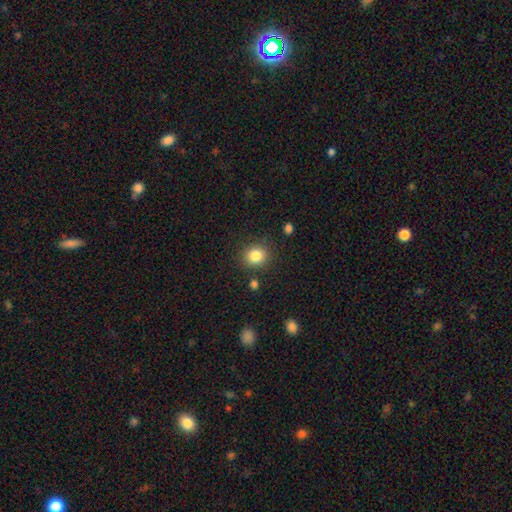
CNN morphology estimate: Smooth or featured?
  - smooth: 84% *
  - star or artifact: 10%
  - featured or disk: 6%
How rounded?
  - round: 77% *
  - in between: 22%
  - cigar-shaped: 1%
Merging?
  - none: 85% *
  - minor disturbance: 9%
  - major disturbance: 3%
  - merger: 3%